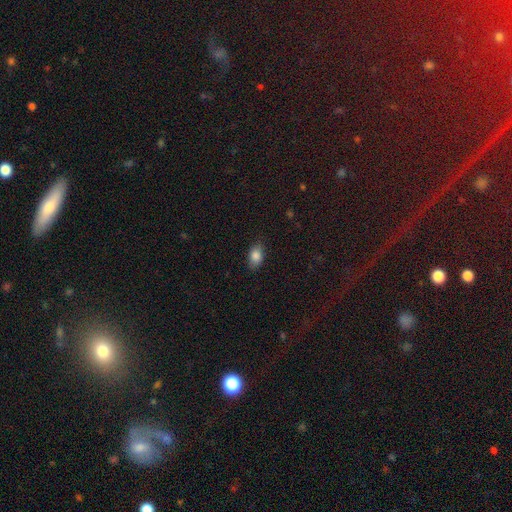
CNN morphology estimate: type=smooth (85%); roundness=in between (86%); merging=none (82%).